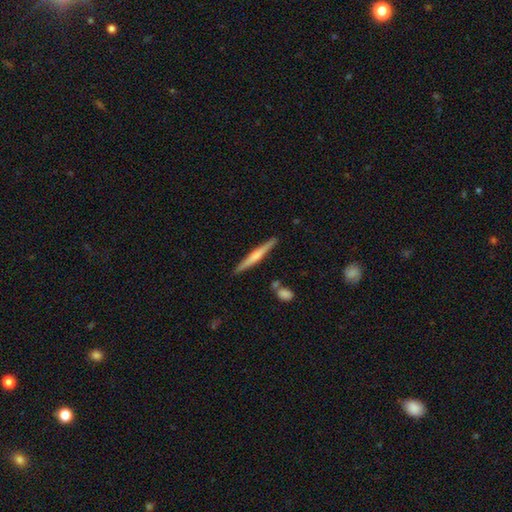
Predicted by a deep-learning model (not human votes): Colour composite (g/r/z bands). It shows a featured or disk galaxy (56%) viewed edge-on (98%) with a rounded central bulge (55%). Merging: none (88%).